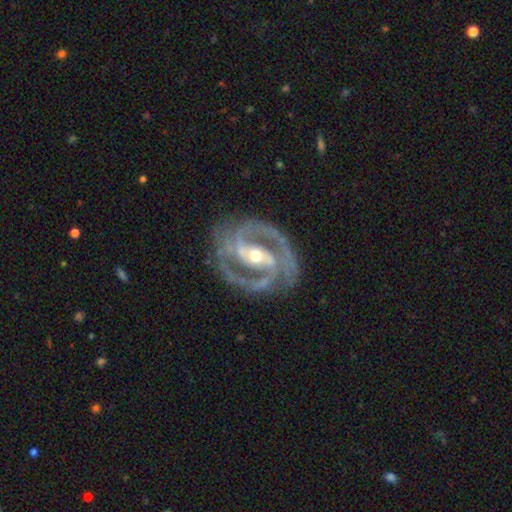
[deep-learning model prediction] Overall: featured or disk (93%). Edge-on disk: no (97%). Bar: strong (47%; weak 33%). Spiral arms: yes (98%). Spiral arm count: 2 (75%). Spiral winding: medium (48%; tight 45%). Bulge size: moderate (65%; small 29%). Merging: none (79%).